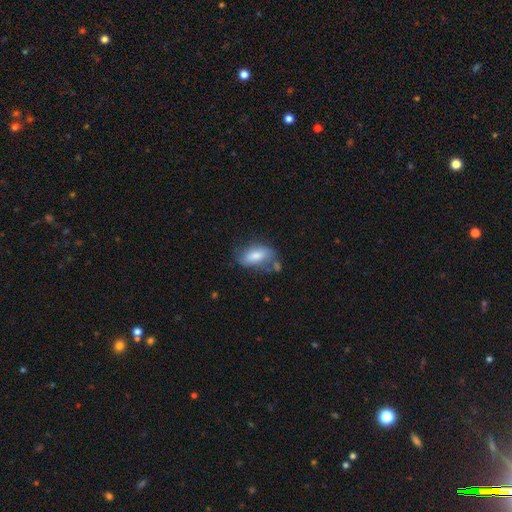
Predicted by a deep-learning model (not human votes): A smooth galaxy with no disk features (70%) that is in between round and cigar-shaped (86%).

Vote fractions:
- Smooth or featured? smooth: 70% / featured or disk: 23% / star or artifact: 7%
- How rounded? in between: 86% / cigar-shaped: 10% / round: 4%
- Merging? none: 49% / minor disturbance: 28% / major disturbance: 13% / merger: 10%